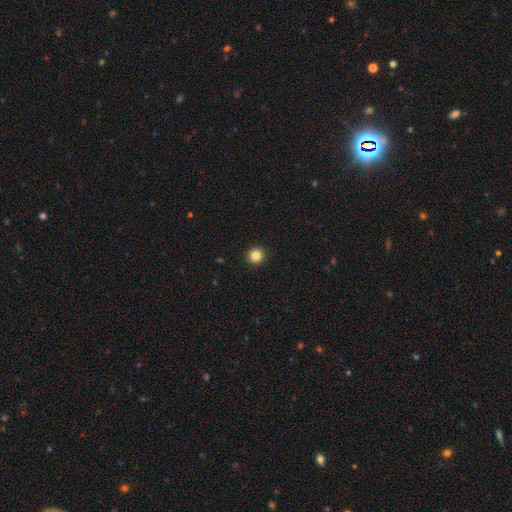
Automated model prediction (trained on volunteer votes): The model was most divided on "smooth or featured": smooth: 84%, star or artifact: 11%, featured or disk: 4%. More confident: how rounded — round (95%); merging — none (94%).